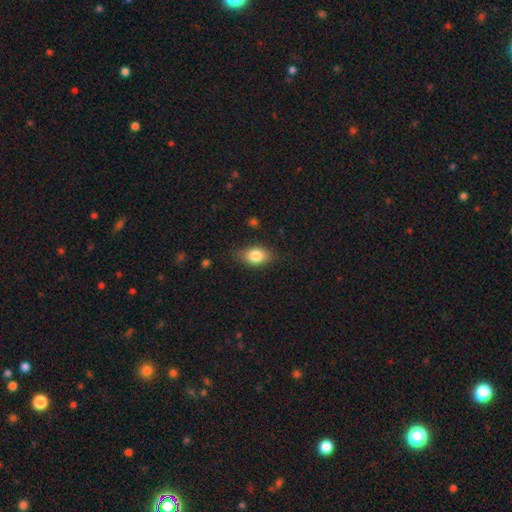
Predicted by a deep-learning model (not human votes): Morphology: type=smooth (82%); roundness=in between (78%); merging=none (78%).